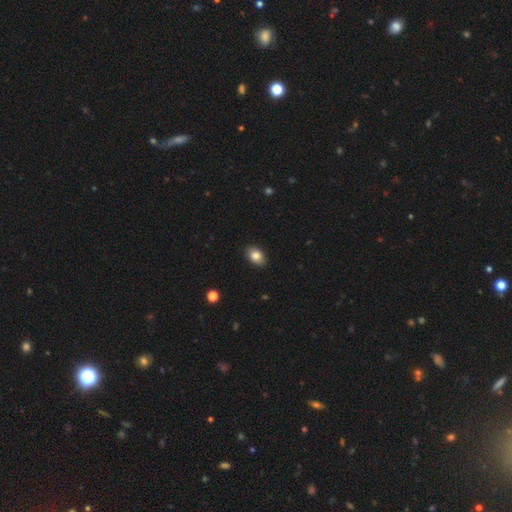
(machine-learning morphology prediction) Smooth or featured?
  - smooth: 85% *
  - star or artifact: 8%
  - featured or disk: 8%
How rounded?
  - in between: 82% *
  - round: 16%
  - cigar-shaped: 1%
Merging?
  - none: 89% *
  - minor disturbance: 8%
  - major disturbance: 2%
  - merger: 1%